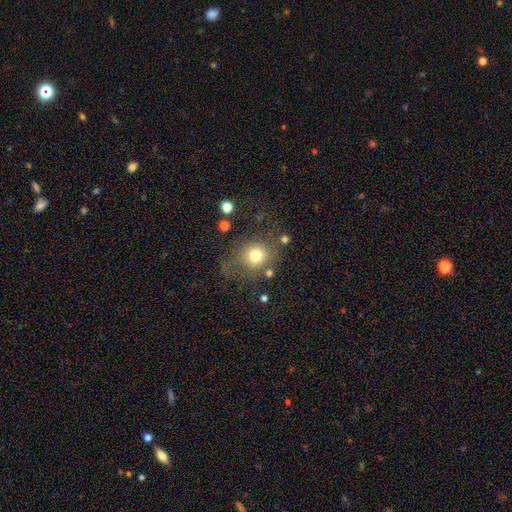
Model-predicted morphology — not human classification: This is likely a smooth galaxy (74%). How rounded: likely round (76%). Merging: likely none (61%).